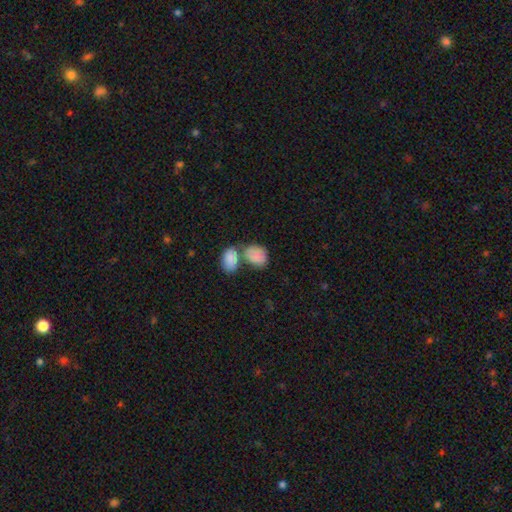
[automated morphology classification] Q: Smooth or featured?
A: smooth (85%); runner-up: featured or disk (8%)
Q: How rounded?
A: in between (74%); runner-up: round (25%)
Q: Merging?
A: merger (47%); runner-up: none (36%)